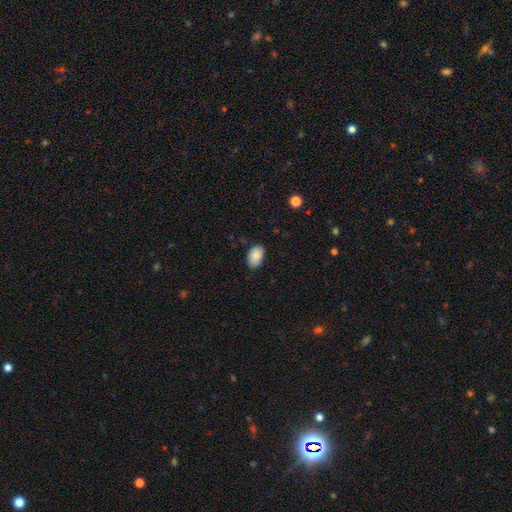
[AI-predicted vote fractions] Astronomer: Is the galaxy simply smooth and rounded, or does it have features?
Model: smooth — 85%.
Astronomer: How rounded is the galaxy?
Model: in between — 89%.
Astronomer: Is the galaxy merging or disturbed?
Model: none — 79%.